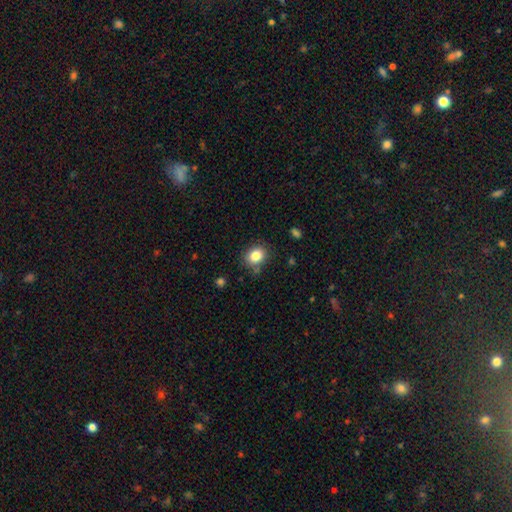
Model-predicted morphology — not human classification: Smooth or featured? smooth (84%)
How rounded? round (54%)
Merging? none (80%)